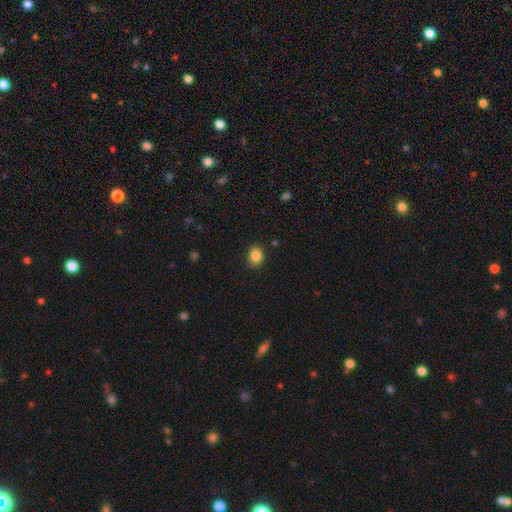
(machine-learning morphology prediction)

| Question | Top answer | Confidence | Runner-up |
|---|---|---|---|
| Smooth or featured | smooth | 86% | star or artifact (10%) |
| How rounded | round | 55% | in between (44%) |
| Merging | none | 88% | minor disturbance (8%) |